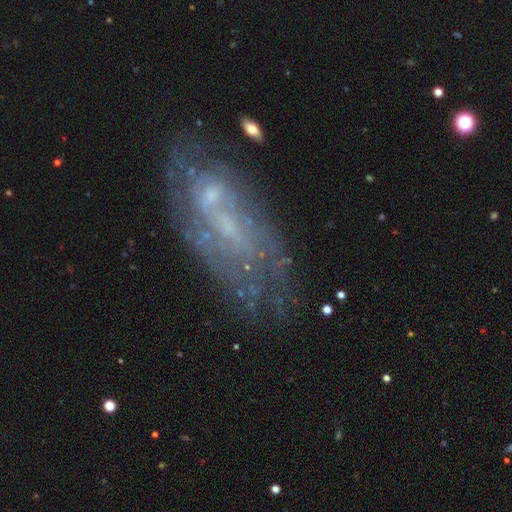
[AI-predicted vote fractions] A featured or disk galaxy (67%) with no bar (62%), spiral arms (52%) and a small central bulge (44%). Merging: none (55%).